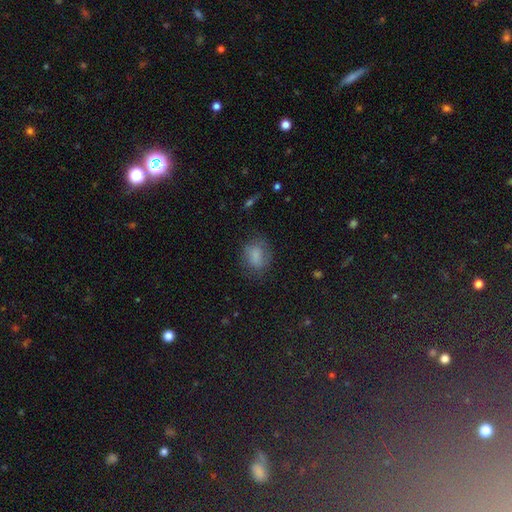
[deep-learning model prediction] A smooth galaxy with no disk features (77%) that is in between round and cigar-shaped (56%). Merging: none (67%).